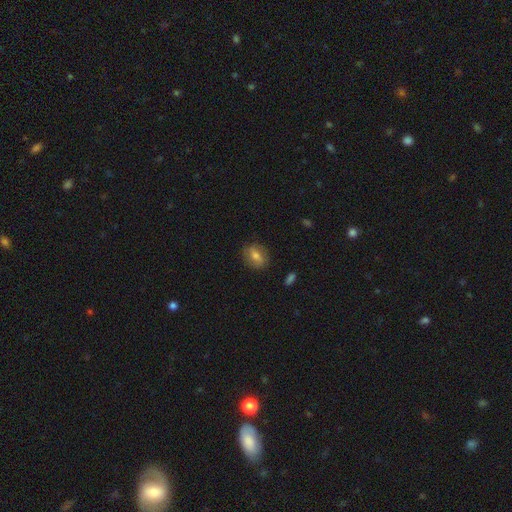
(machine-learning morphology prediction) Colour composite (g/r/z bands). It shows a smooth galaxy with no disk features (68%) that is in between round and cigar-shaped (58%). Merging: none (80%).